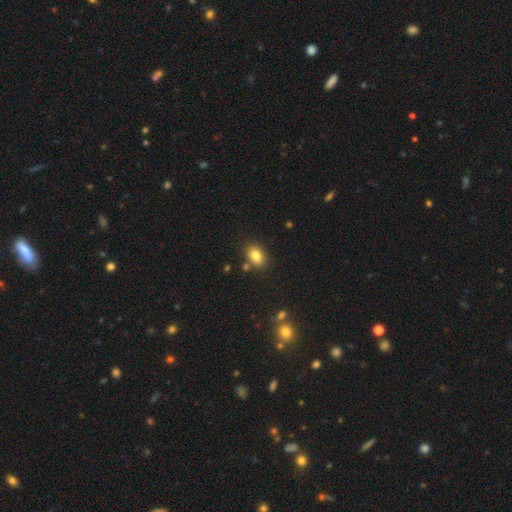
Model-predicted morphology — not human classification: Smooth or featured?
  - smooth: 81% *
  - star or artifact: 10%
  - featured or disk: 9%
How rounded?
  - in between: 78% *
  - round: 20%
  - cigar-shaped: 1%
Merging?
  - none: 78% *
  - minor disturbance: 12%
  - merger: 8%
  - major disturbance: 3%